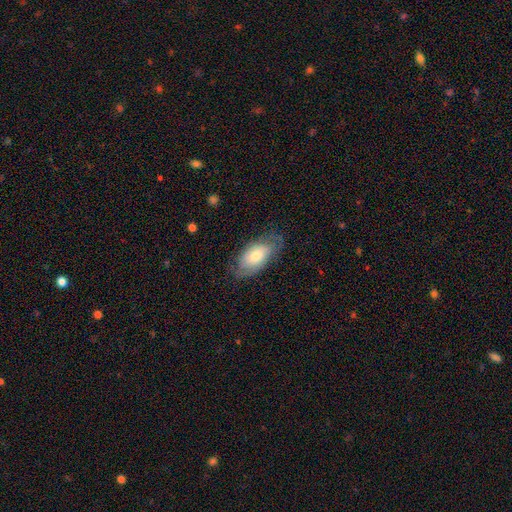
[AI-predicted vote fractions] This appears to be a smooth galaxy with no disk features (51%) that is in between round and cigar-shaped (92%). Merging: none (67%).